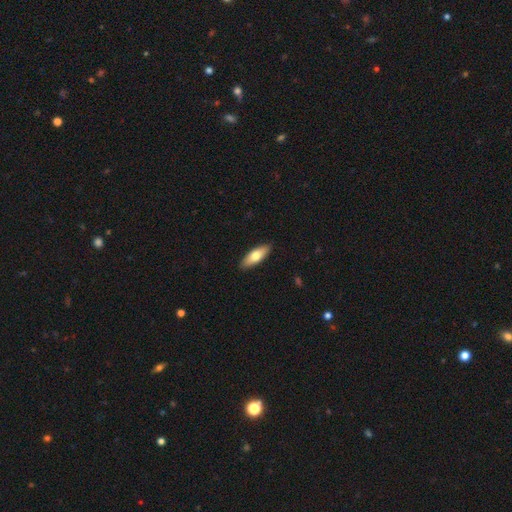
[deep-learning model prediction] A smooth galaxy with no disk features (71%) that is in between round and cigar-shaped (63%). Merging: none (90%).